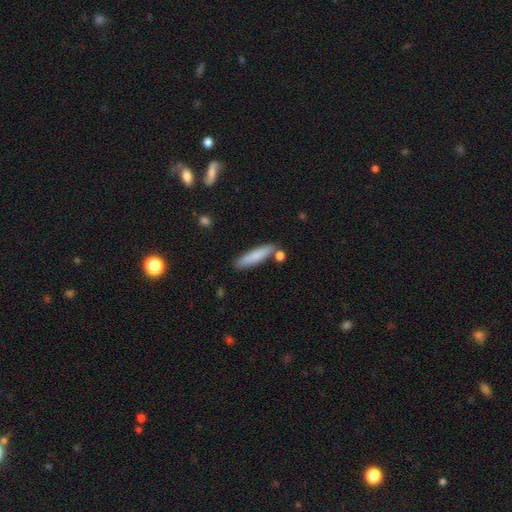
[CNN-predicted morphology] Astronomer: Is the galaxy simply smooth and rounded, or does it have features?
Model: smooth — 80%.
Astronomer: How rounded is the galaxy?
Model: cigar-shaped — 84%.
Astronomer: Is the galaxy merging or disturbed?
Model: none — 80%.